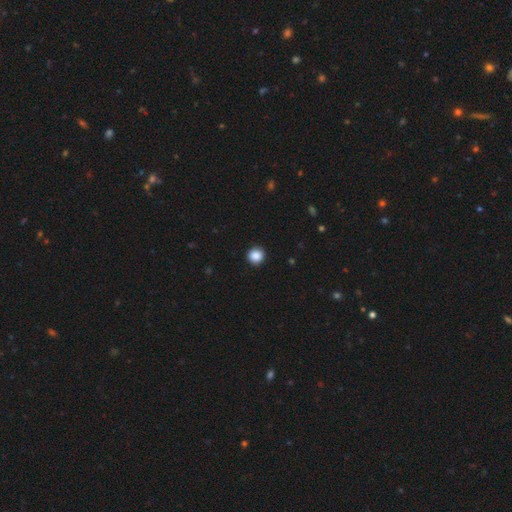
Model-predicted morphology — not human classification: Q: Smooth or featured?
A: smooth (88%); runner-up: star or artifact (9%)
Q: How rounded?
A: round (94%); runner-up: in between (5%)
Q: Merging?
A: none (92%); runner-up: minor disturbance (5%)